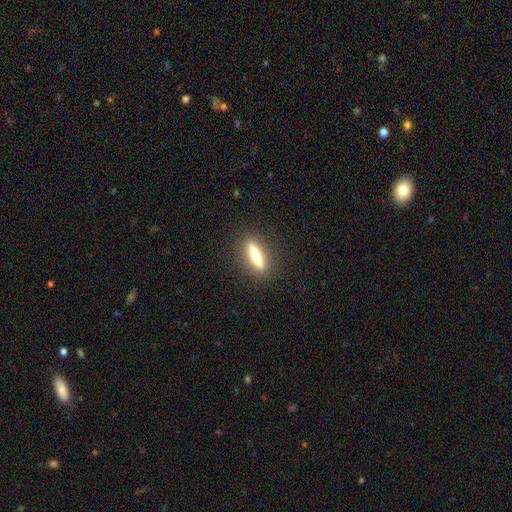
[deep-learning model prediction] Smooth or featured: smooth — 53% (featured or disk — 39%)
How rounded: cigar-shaped — 83% (in between — 15%)
Merging: none — 89% (minor disturbance — 7%)